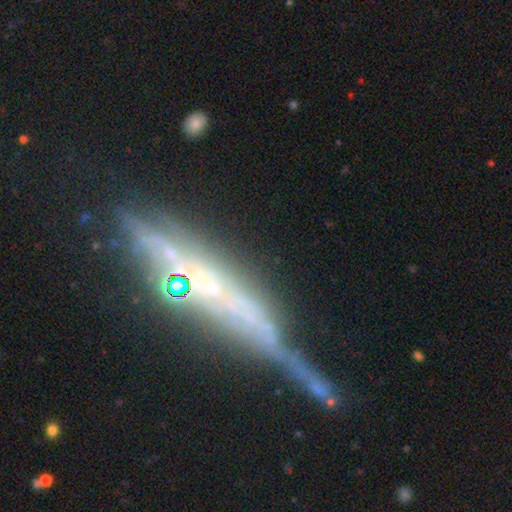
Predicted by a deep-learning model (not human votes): Smooth or featured? featured or disk (73%)
Edge-on disk? yes (86%)
Edge-on bulge? none (49%)
Merging? none (50%)